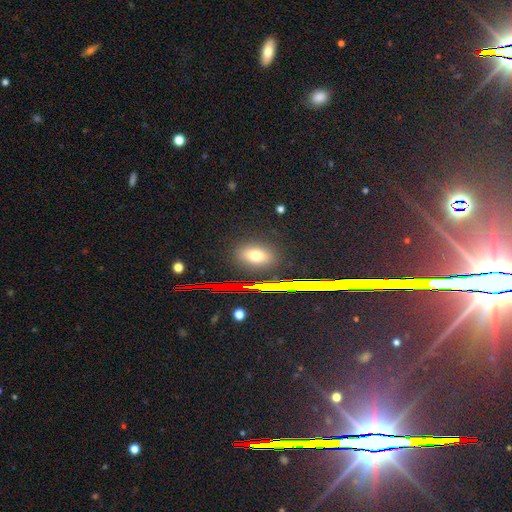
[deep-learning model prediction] Smooth or featured: smooth — 67% (star or artifact — 23%)
How rounded: in between — 76% (round — 20%)
Merging: none — 86% (minor disturbance — 9%)